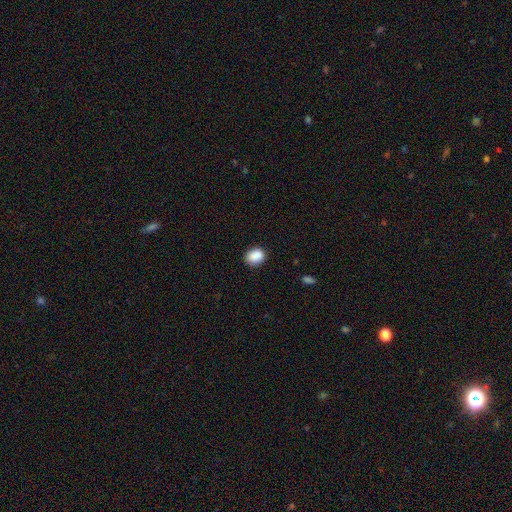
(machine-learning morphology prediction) Smooth or featured?
  - smooth: 89% *
  - star or artifact: 8%
  - featured or disk: 3%
How rounded?
  - in between: 58% *
  - round: 41%
  - cigar-shaped: 1%
Merging?
  - none: 84% *
  - minor disturbance: 12%
  - major disturbance: 3%
  - merger: 1%